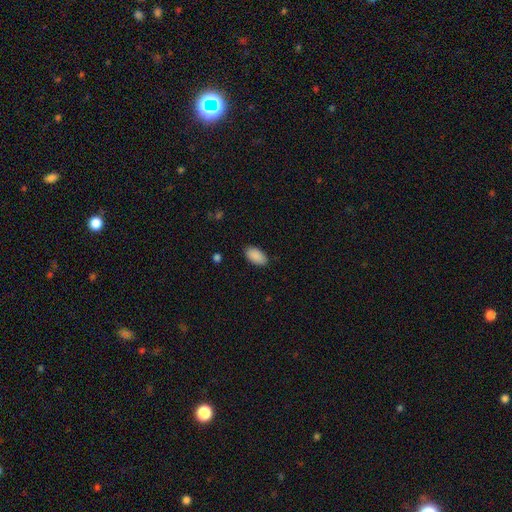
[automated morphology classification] Q: Smooth or featured?
A: smooth (90%); runner-up: star or artifact (7%)
Q: How rounded?
A: in between (95%); runner-up: round (3%)
Q: Merging?
A: none (87%); runner-up: minor disturbance (10%)